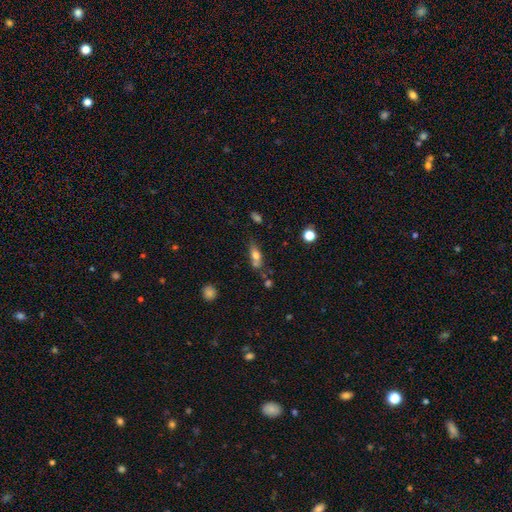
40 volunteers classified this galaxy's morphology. A smooth galaxy with no disk features (62%) that is in between round and cigar-shaped (76%). Merging: minor disturbance (38%).